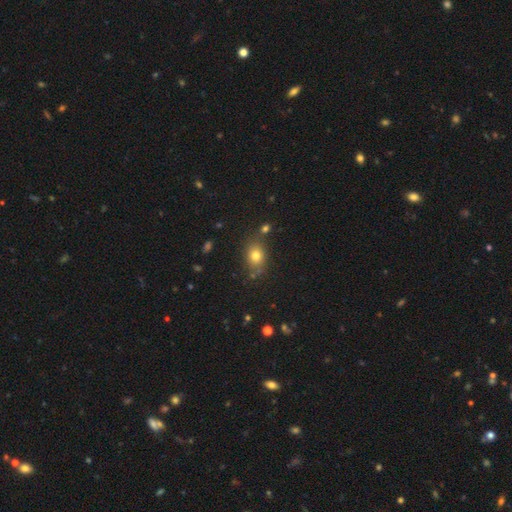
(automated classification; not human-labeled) Morphology: type=smooth (76%); roundness=in between (58%); merging=none (75%).